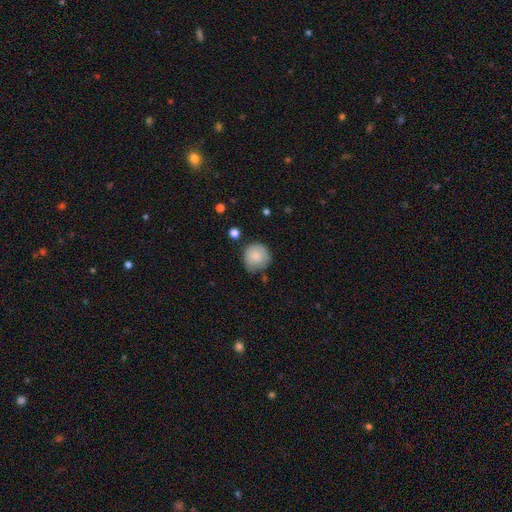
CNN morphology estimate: The model was most divided on "merging": none: 67%, minor disturbance: 24%, major disturbance: 5%, merger: 3%. More confident: how rounded — round (92%); smooth or featured — smooth (83%).